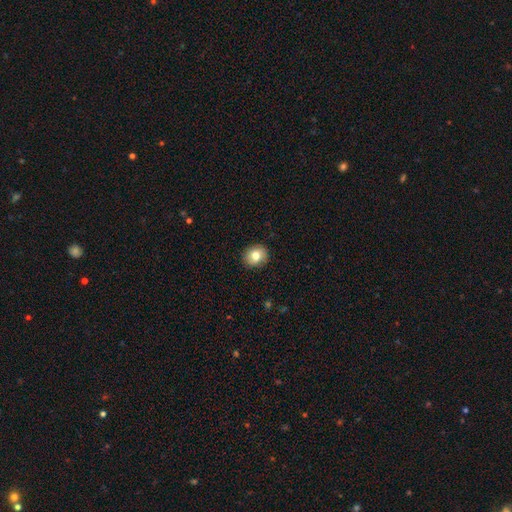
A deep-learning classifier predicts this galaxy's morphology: Smooth or featured? Predicted: smooth (p=0.81). How rounded? Predicted: round (p=0.70). Merging? Predicted: none (p=0.90).